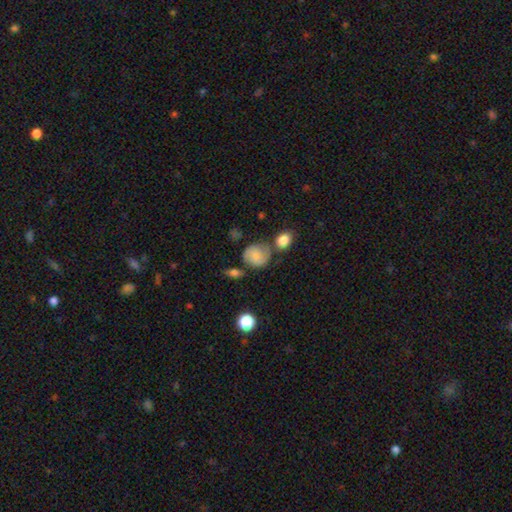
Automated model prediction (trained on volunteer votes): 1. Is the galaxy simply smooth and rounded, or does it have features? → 63% smooth, 28% featured or disk, 9% star or artifact.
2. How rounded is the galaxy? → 72% round, 27% in between, 1% cigar-shaped.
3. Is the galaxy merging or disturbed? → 58% none, 22% minor disturbance, 12% merger, 7% major disturbance.